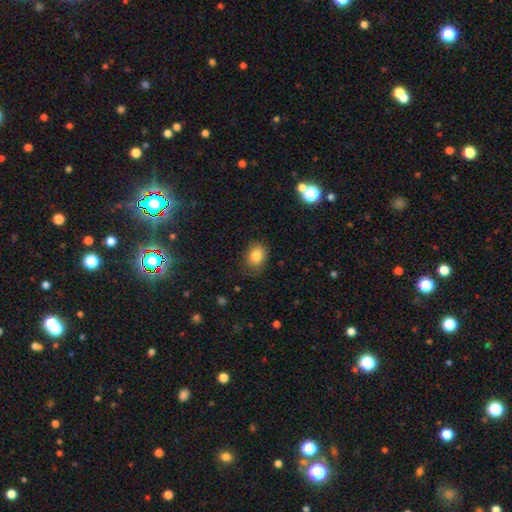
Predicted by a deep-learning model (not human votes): A smooth galaxy with no disk features (82%) that is in between round and cigar-shaped (61%). Merging: none (77%).